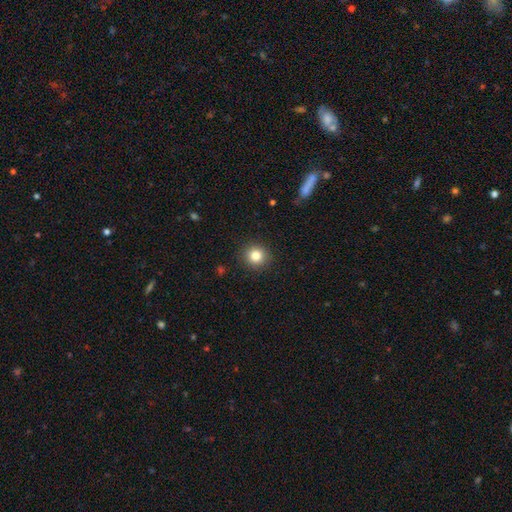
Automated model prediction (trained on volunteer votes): smooth 83%, star or artifact 11%, featured or disk 6%. Down the decision tree: how rounded — round (92%); merging — none (91%).